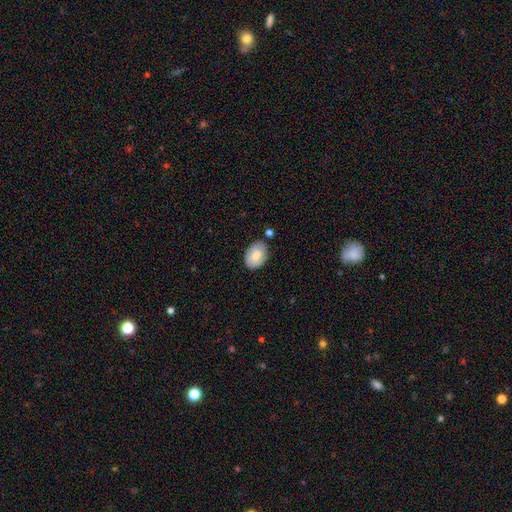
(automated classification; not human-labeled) smooth_or_featured: smooth (p=0.77) [alt: featured or disk p=0.17]
how_rounded: in between (p=0.82) [alt: round p=0.17]
merging: none (p=0.79) [alt: minor disturbance p=0.15]